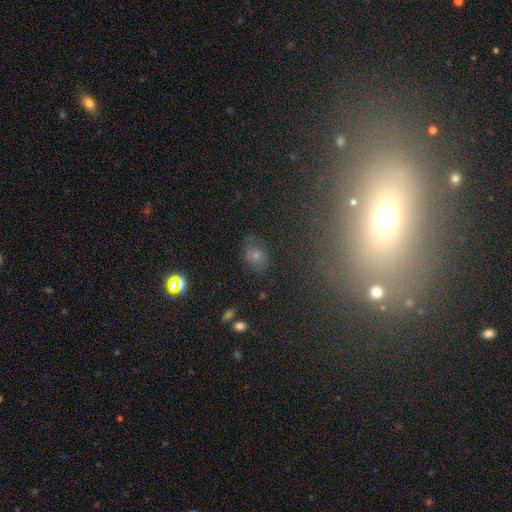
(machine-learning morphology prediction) Q: Smooth or featured?
A: smooth (54%); runner-up: star or artifact (28%)
Q: How rounded?
A: in between (72%); runner-up: round (26%)
Q: Merging?
A: none (68%); runner-up: minor disturbance (19%)